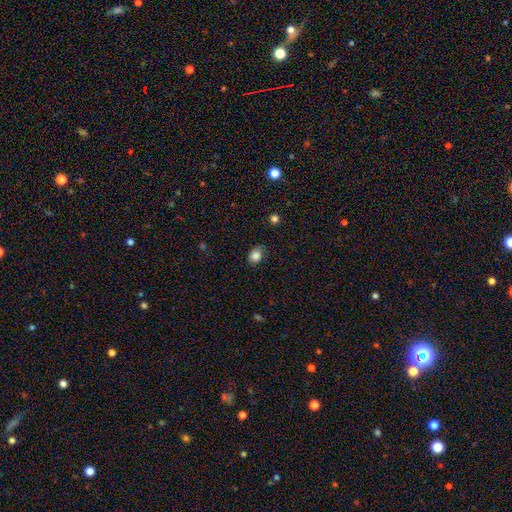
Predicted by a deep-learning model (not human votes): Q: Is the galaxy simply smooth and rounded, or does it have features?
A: smooth — 84%.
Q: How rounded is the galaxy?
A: round — 51%.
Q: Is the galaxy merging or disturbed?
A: none — 70%.